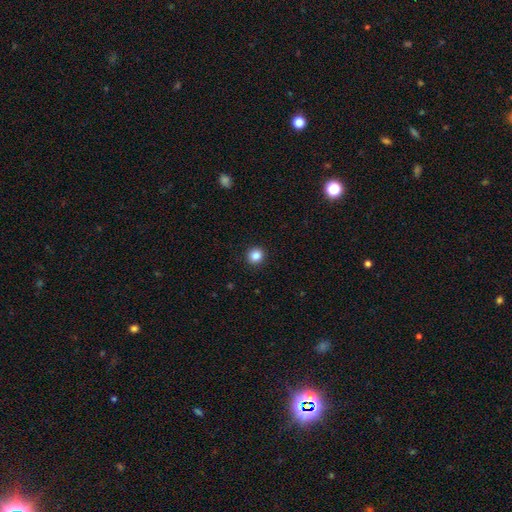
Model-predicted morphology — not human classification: This is clearly a smooth galaxy (86%). How rounded: clearly round (90%). Merging: clearly none (93%).